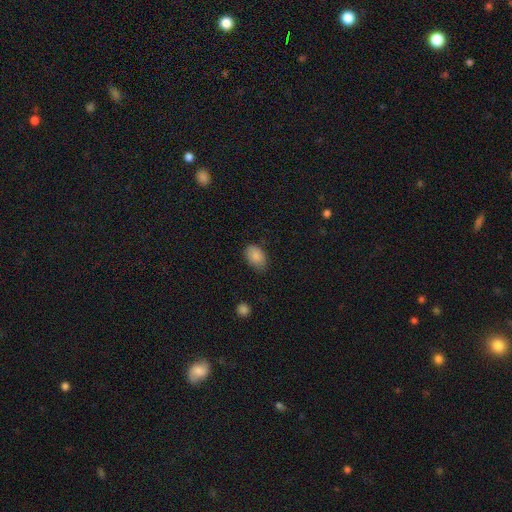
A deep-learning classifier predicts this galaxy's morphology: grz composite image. It shows a smooth galaxy with no disk features (87%) that is in between round and cigar-shaped (88%). Merging: none (75%).